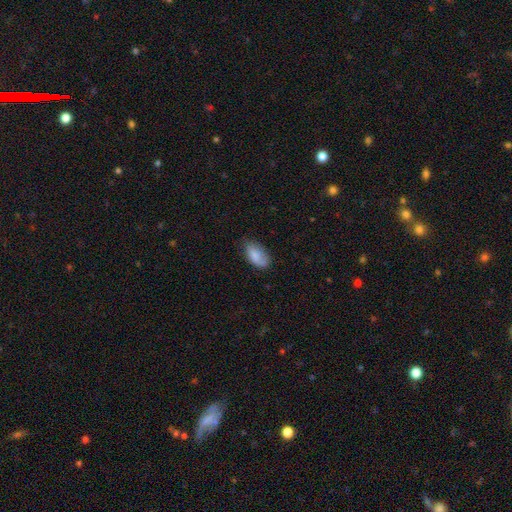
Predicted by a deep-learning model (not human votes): A smooth galaxy with no disk features (80%) that is in between round and cigar-shaped (93%).

Vote fractions:
- Smooth or featured? smooth: 80% / featured or disk: 13% / star or artifact: 7%
- How rounded? in between: 93% / round: 4% / cigar-shaped: 3%
- Merging? none: 63% / minor disturbance: 29% / major disturbance: 7% / merger: 2%